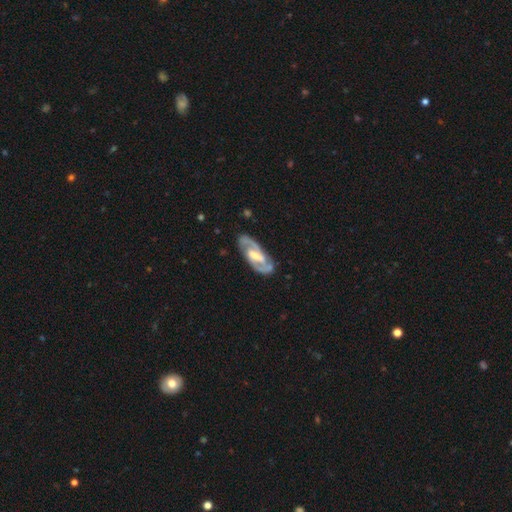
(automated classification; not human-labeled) Q: Smooth or featured?
A: featured or disk (85%); runner-up: smooth (11%)
Q: Edge-on disk?
A: no (93%); runner-up: yes (7%)
Q: Bar?
A: strong (44%); runner-up: weak (40%)
Q: Spiral arms?
A: yes (92%); runner-up: no (8%)
Q: Spiral winding?
A: medium (50%); runner-up: tight (36%)
Q: Spiral arm count?
A: 2 (89%); runner-up: can't tell (6%)
Q: Bulge size?
A: moderate (50%); runner-up: small (31%)
Q: Merging?
A: none (82%); runner-up: minor disturbance (12%)